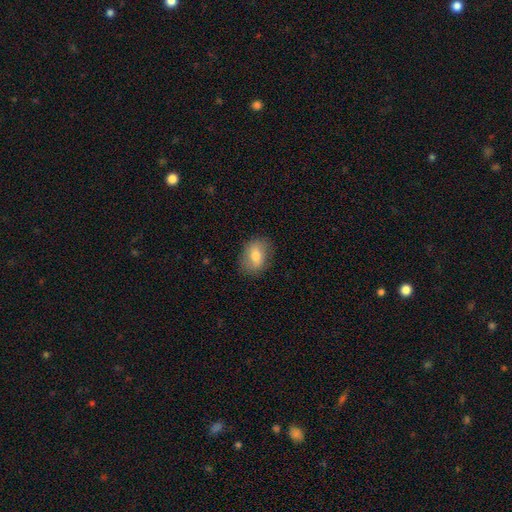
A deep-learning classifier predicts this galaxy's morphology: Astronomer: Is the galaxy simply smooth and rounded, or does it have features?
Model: smooth — 72%.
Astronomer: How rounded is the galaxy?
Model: in between — 72%.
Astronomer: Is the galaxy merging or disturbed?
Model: none — 82%.